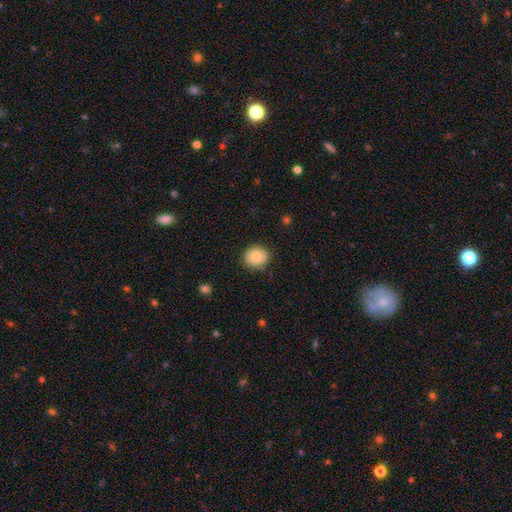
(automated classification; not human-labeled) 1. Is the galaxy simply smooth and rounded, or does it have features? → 79% smooth, 13% featured or disk, 8% star or artifact.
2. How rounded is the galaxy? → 84% round, 15% in between, 1% cigar-shaped.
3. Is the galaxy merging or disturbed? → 86% none, 11% minor disturbance, 2% major disturbance, 1% merger.